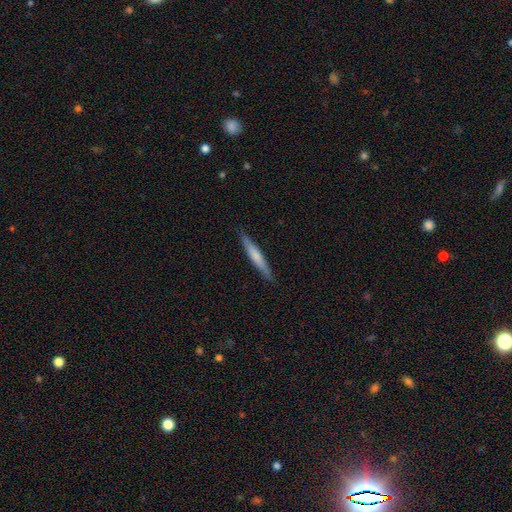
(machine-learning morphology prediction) A smooth galaxy with no disk features (60%) that is cigar-shaped (95%). Merging: none (89%).